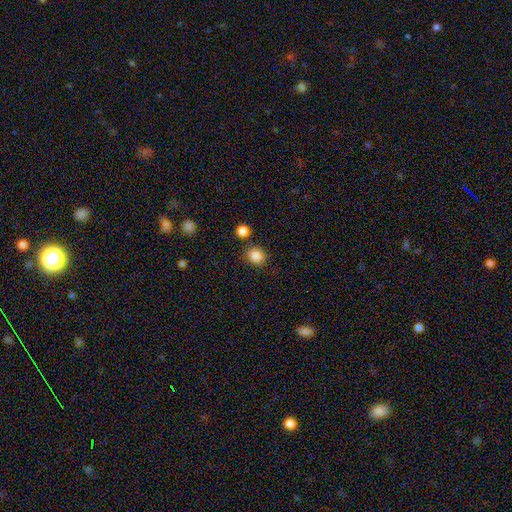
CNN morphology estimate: A smooth galaxy with no disk features (86%) that is round (80%).

Vote fractions:
- Smooth or featured? smooth: 86% / star or artifact: 10% / featured or disk: 3%
- How rounded? round: 80% / in between: 20% / cigar-shaped: 1%
- Merging? none: 82% / minor disturbance: 9% / merger: 6% / major disturbance: 3%